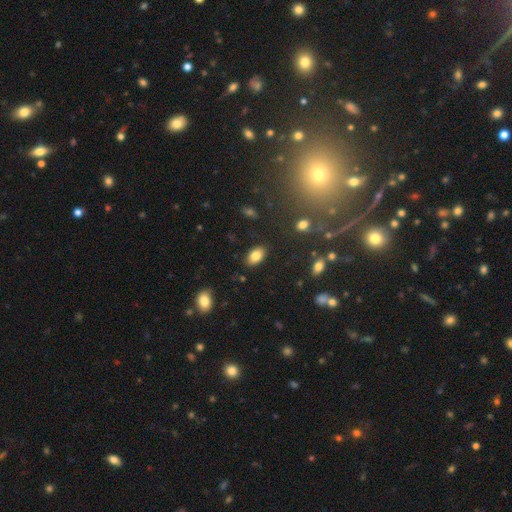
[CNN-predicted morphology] type=smooth (83%); roundness=in between (91%); merging=none (86%).